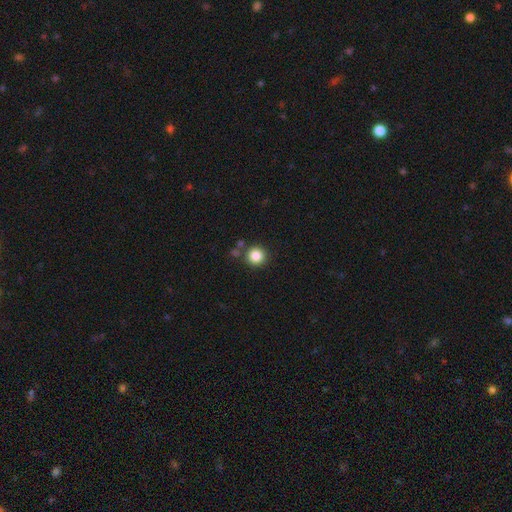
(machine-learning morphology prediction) This is clearly a smooth galaxy (85%). How rounded: clearly round (95%). Merging: clearly none (82%).